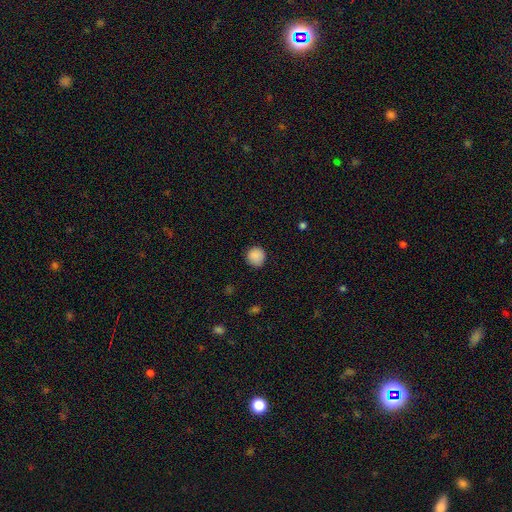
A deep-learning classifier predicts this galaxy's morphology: This appears to be a smooth galaxy with no disk features (88%) that is round (92%). Merging: none (85%).